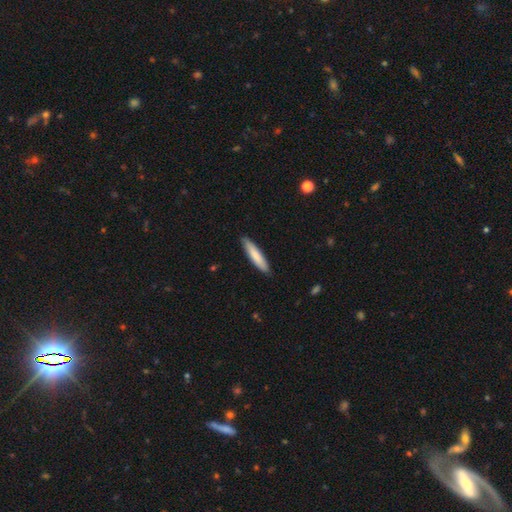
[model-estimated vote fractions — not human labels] smooth 80%, featured or disk 15%, star or artifact 5%. Down the decision tree: how rounded — cigar-shaped (83%); merging — none (87%).